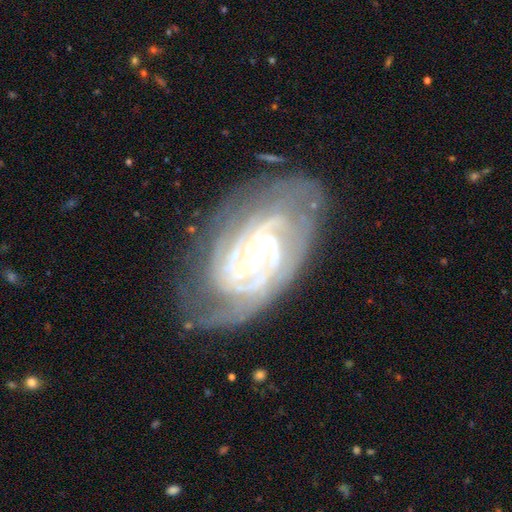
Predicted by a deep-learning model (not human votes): This is clearly a featured or disk galaxy (91%). It is clearly not viewed edge-on (96%). Bar: marginally weak (42%). Spiral arm pattern: clearly yes (98%). Spiral arm count: marginally 3 (25%). Spiral winding: likely tight (73%). Central bulge: likely small (65%). Merging: likely none (72%).